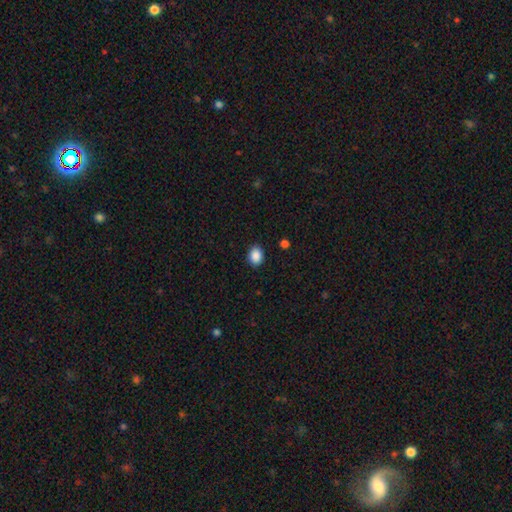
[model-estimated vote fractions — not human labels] smooth-or-featured: smooth: 89% | star or artifact: 9% | featured or disk: 3%
  how-rounded: in between: 55% | round: 44% | cigar-shaped: 1%
  merging: none: 89% | minor disturbance: 8% | major disturbance: 2% | merger: 1%